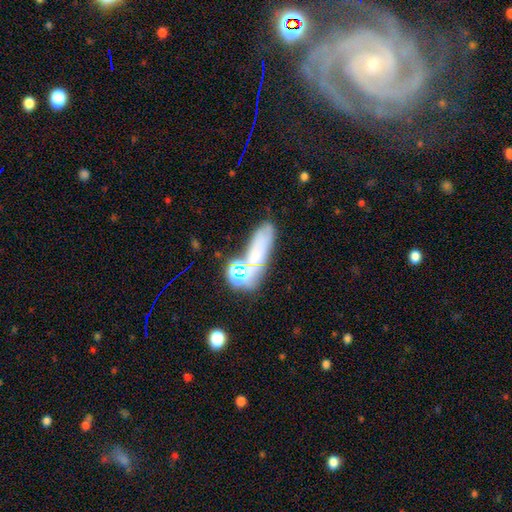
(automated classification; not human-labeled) This is possibly a smooth galaxy (53%). How rounded: possibly in between (47%). Merging: possibly none (48%).